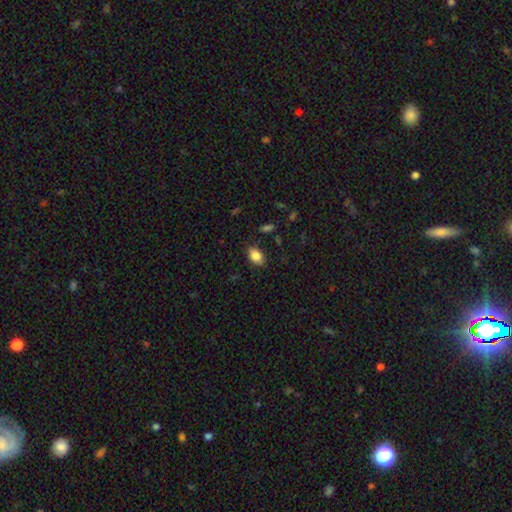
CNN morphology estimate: Smooth or featured?
  - smooth: 86% *
  - star or artifact: 8%
  - featured or disk: 6%
How rounded?
  - in between: 88% *
  - round: 10%
  - cigar-shaped: 2%
Merging?
  - none: 85% *
  - minor disturbance: 11%
  - major disturbance: 3%
  - merger: 1%